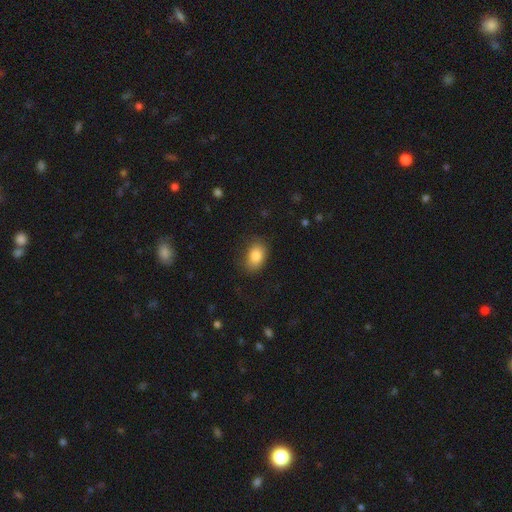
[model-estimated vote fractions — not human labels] Smooth or featured?
  - smooth: 85% *
  - star or artifact: 8%
  - featured or disk: 7%
How rounded?
  - in between: 83% *
  - round: 16%
  - cigar-shaped: 1%
Merging?
  - none: 78% *
  - minor disturbance: 16%
  - major disturbance: 4%
  - merger: 1%